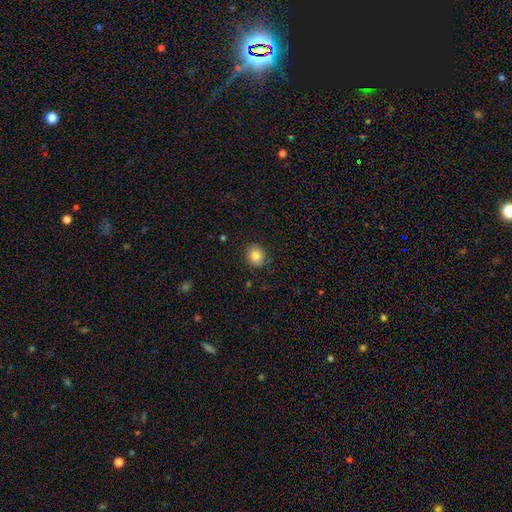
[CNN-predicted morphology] smooth_or_featured: smooth (p=0.83) [alt: star or artifact p=0.09]
how_rounded: round (p=0.73) [alt: in between p=0.27]
merging: none (p=0.88) [alt: minor disturbance p=0.09]